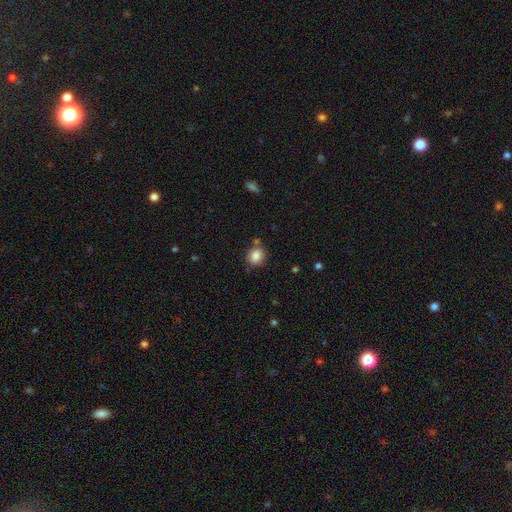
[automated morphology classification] Smooth or featured? Predicted: smooth (p=0.86). How rounded? Predicted: round (p=0.79). Merging? Predicted: none (p=0.75).